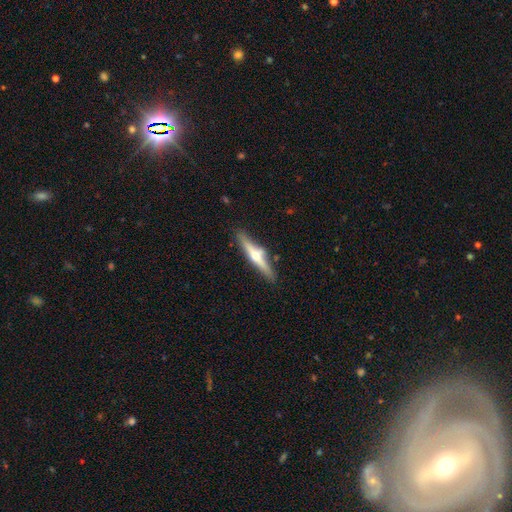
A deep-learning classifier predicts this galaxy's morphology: Overall: featured or disk (65%; smooth 30%). Edge-on disk: yes (96%). Edge-on bulge: rounded (92%). Merging: none (83%).